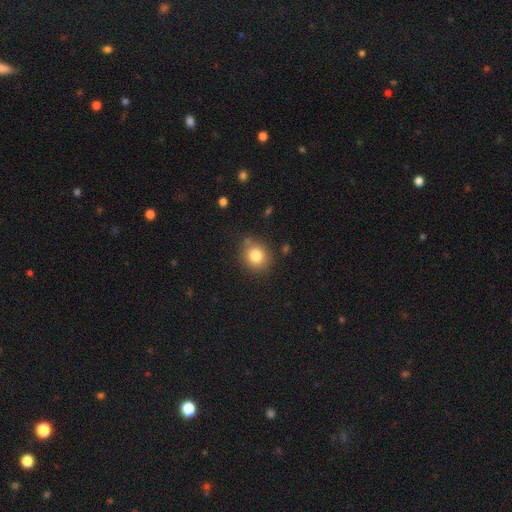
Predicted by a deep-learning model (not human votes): Q: Smooth or featured?
A: smooth (81%); runner-up: star or artifact (11%)
Q: How rounded?
A: round (77%); runner-up: in between (22%)
Q: Merging?
A: none (81%); runner-up: minor disturbance (13%)